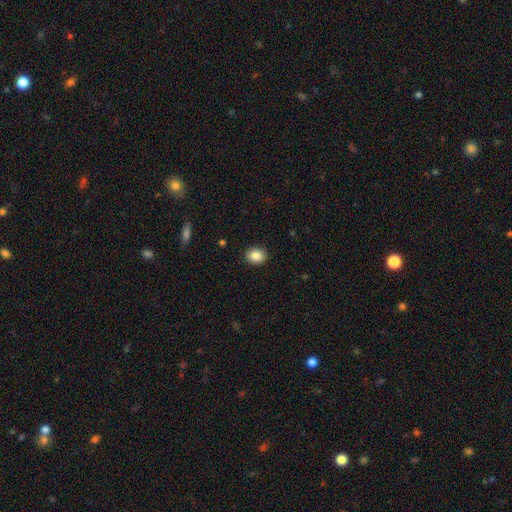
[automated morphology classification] The model was most divided on "how rounded": in between: 52%, round: 47%, cigar-shaped: 1%. More confident: merging — none (90%); smooth or featured — smooth (87%).